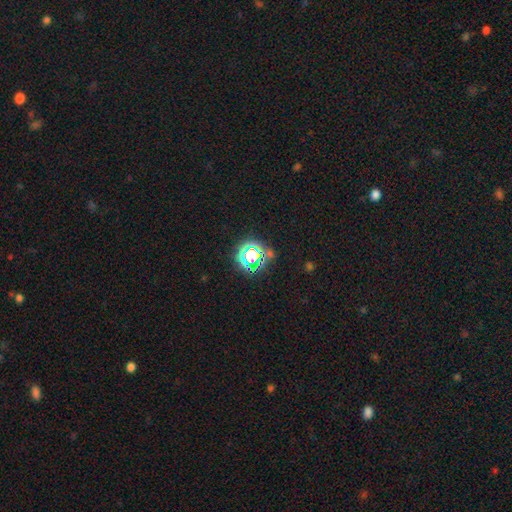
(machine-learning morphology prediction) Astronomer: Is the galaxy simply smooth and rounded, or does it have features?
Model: star or artifact — 69%.